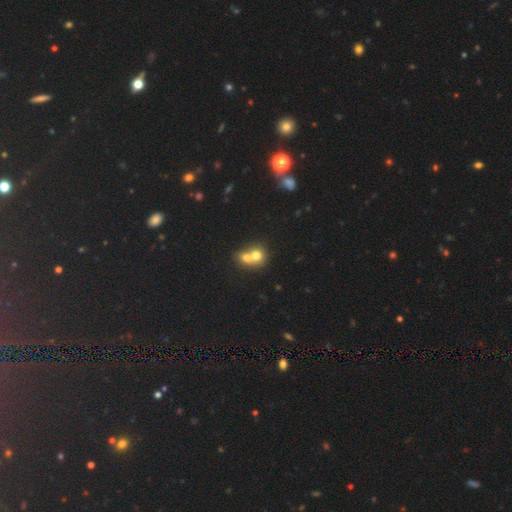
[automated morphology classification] A smooth galaxy with no disk features (70%) that is round (72%). Merging: merger (72%).